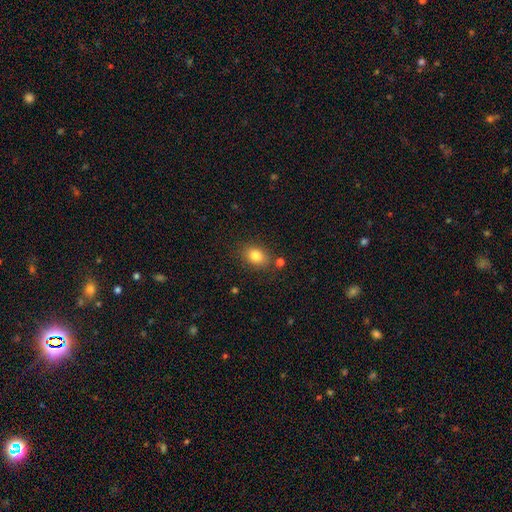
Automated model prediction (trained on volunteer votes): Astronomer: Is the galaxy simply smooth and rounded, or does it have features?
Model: smooth — 82%.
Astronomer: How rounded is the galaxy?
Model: in between — 71%.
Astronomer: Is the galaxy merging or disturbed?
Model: none — 79%.